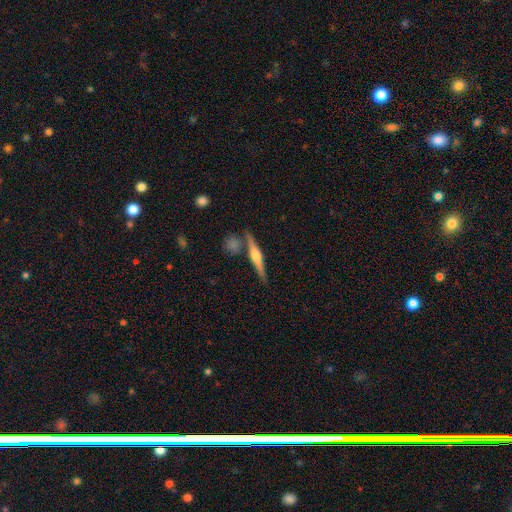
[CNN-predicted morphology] smooth_or_featured: featured or disk (p=0.70) [alt: smooth p=0.24]
disk_edge_on: yes (p=0.97) [alt: no p=0.03]
edge_on_bulge: rounded (p=0.81) [alt: boxy p=0.13]
merging: none (p=0.80) [alt: merger p=0.09]